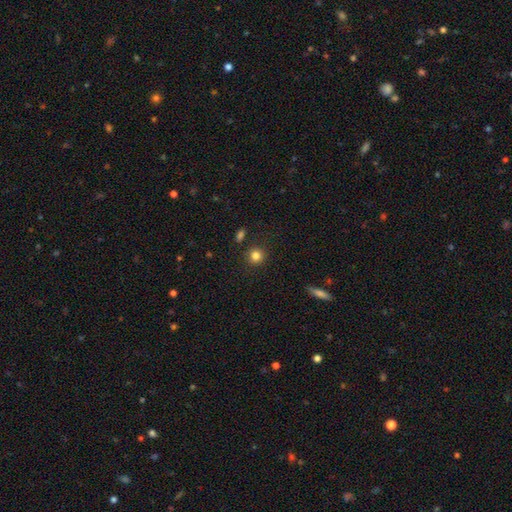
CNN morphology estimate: smooth-or-featured: smooth: 83% | star or artifact: 12% | featured or disk: 6%
  how-rounded: round: 90% | in between: 9% | cigar-shaped: 1%
  merging: none: 87% | minor disturbance: 7% | merger: 3% | major disturbance: 2%